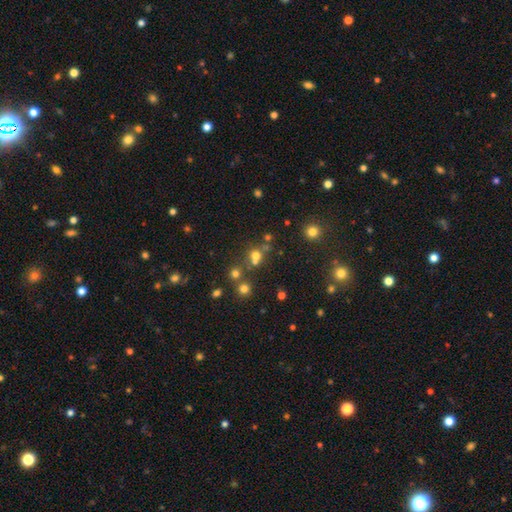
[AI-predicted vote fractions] This appears to be a smooth galaxy with no disk features (59%) that is round (85%). Merging: none (55%).